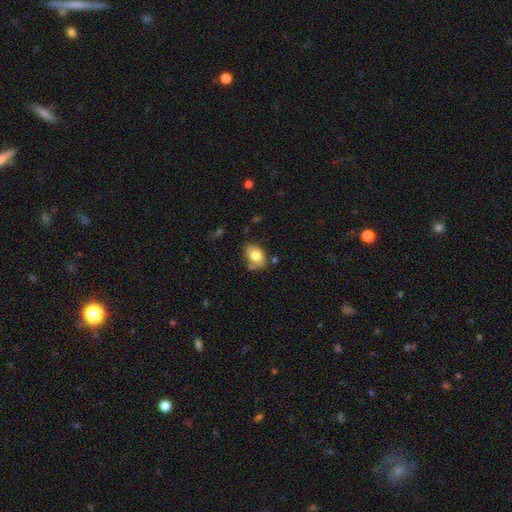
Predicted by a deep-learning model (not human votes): Q: Smooth or featured?
A: smooth (78%); runner-up: featured or disk (14%)
Q: How rounded?
A: in between (82%); runner-up: round (17%)
Q: Merging?
A: none (68%); runner-up: minor disturbance (21%)